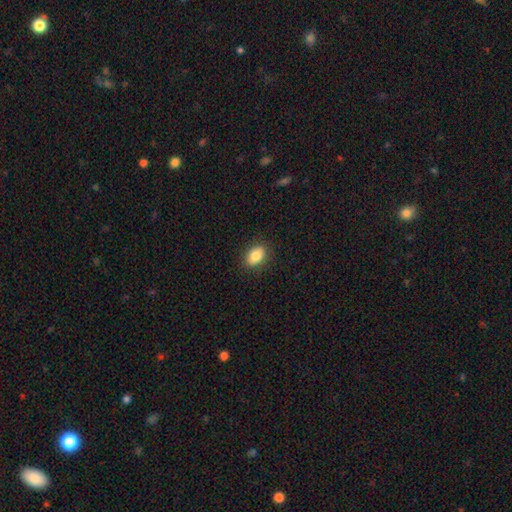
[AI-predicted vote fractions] Smooth or featured? smooth (84%)
How rounded? in between (81%)
Merging? none (88%)